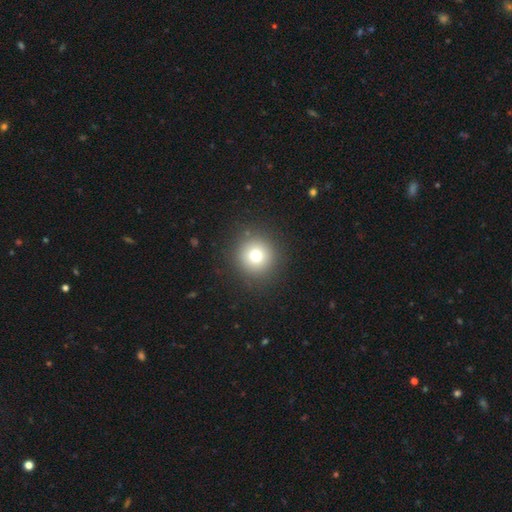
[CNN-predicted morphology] Smooth or featured? Predicted: smooth (p=0.76). How rounded? Predicted: round (p=0.94). Merging? Predicted: none (p=0.90).